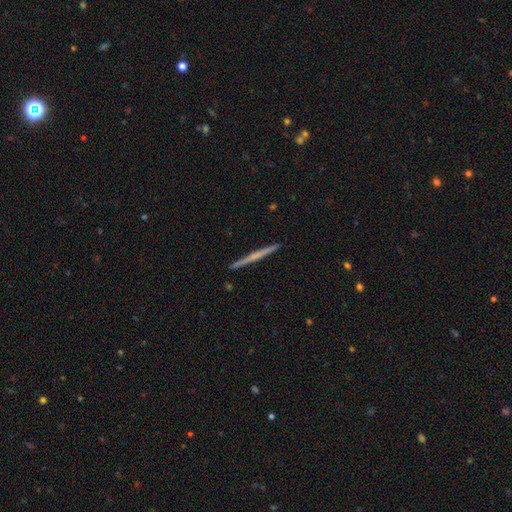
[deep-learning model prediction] Overall: featured or disk (57%; smooth 38%). Edge-on disk: yes (98%). Edge-on bulge: none (74%). Merging: none (93%).